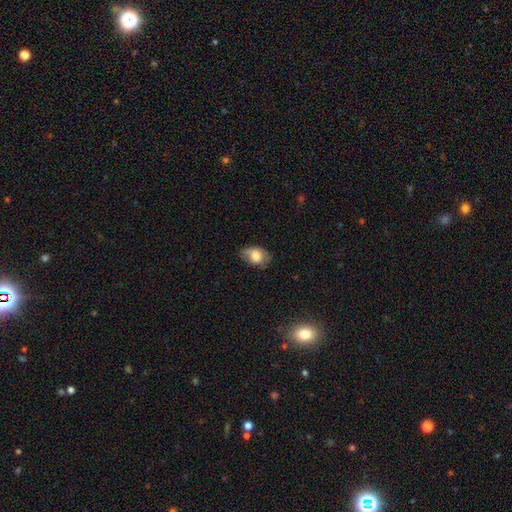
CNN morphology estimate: Q: Smooth or featured?
A: smooth (70%); runner-up: featured or disk (21%)
Q: How rounded?
A: in between (82%); runner-up: round (16%)
Q: Merging?
A: none (66%); runner-up: minor disturbance (26%)